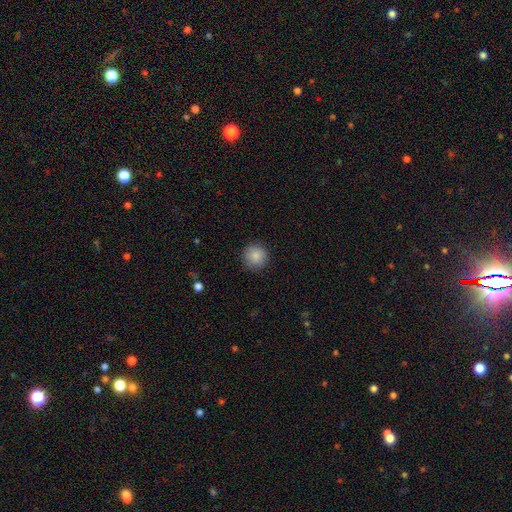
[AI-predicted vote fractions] The model was most divided on "smooth or featured": smooth: 87%, star or artifact: 9%, featured or disk: 4%. More confident: how rounded — round (94%); merging — none (89%).